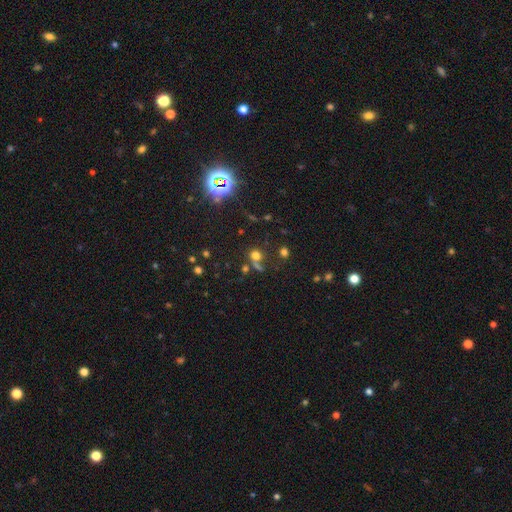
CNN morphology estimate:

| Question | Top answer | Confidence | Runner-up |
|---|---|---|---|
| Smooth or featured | smooth | 63% | star or artifact (26%) |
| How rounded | round | 84% | in between (14%) |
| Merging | none | 57% | merger (22%) |